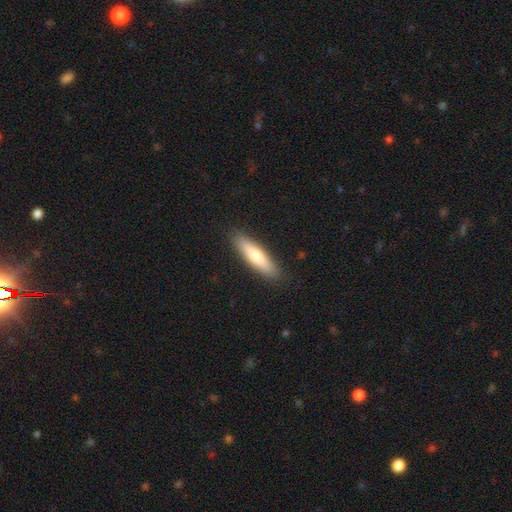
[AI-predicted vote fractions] Smooth or featured? smooth (73%)
How rounded? cigar-shaped (74%)
Merging? none (89%)